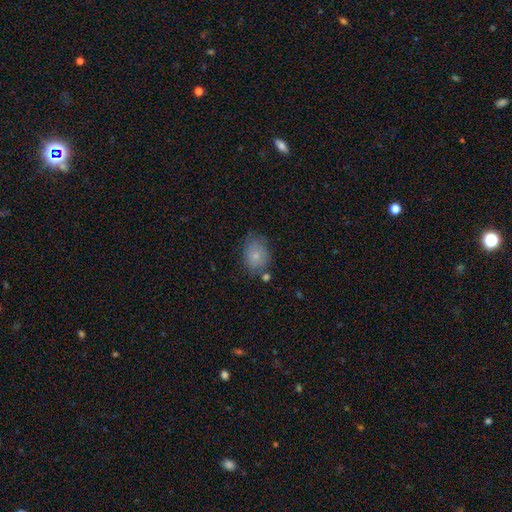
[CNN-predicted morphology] Smooth or featured?
  - smooth: 75% *
  - featured or disk: 17%
  - star or artifact: 8%
How rounded?
  - in between: 60% *
  - round: 39%
  - cigar-shaped: 1%
Merging?
  - none: 63% *
  - minor disturbance: 24%
  - major disturbance: 7%
  - merger: 6%